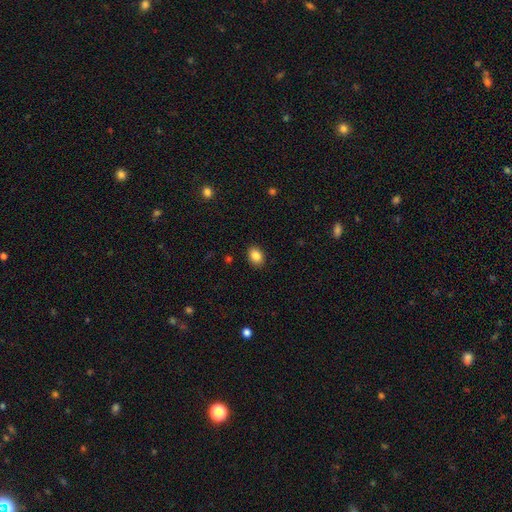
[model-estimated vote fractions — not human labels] smooth 86%, star or artifact 9%, featured or disk 5%. Down the decision tree: how rounded — in between (68%); merging — none (89%).